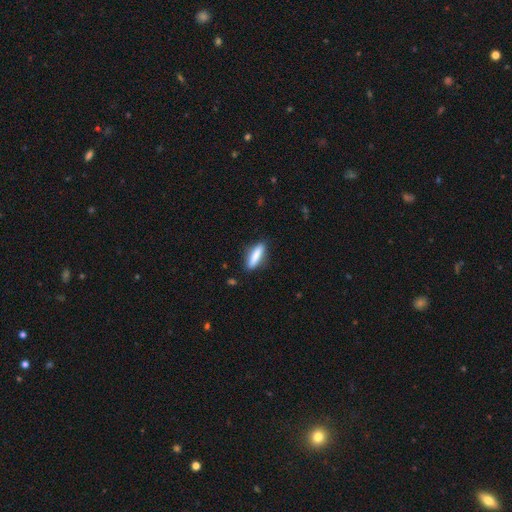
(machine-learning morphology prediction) Smooth or featured: smooth — 82% (featured or disk — 12%)
How rounded: cigar-shaped — 64% (in between — 34%)
Merging: none — 85% (minor disturbance — 11%)